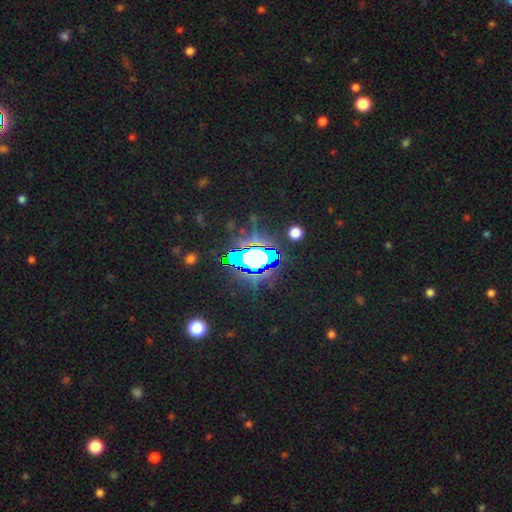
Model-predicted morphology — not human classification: A star or artifact, not a galaxy (71%).

Vote fractions:
- Smooth or featured? star or artifact: 71% / smooth: 17% / featured or disk: 12%